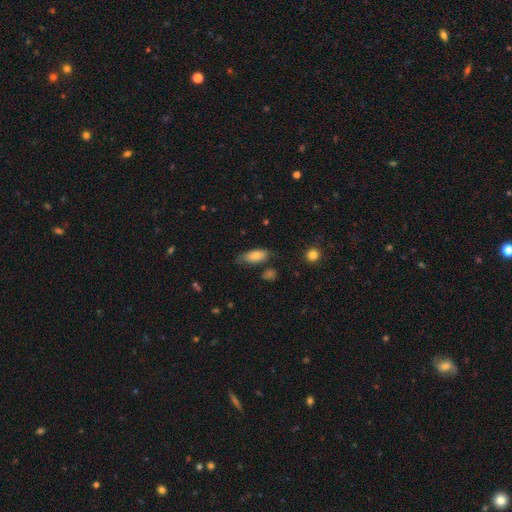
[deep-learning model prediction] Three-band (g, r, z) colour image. It shows a smooth galaxy with no disk features (78%) that is in between round and cigar-shaped (85%). Merging: none (68%).